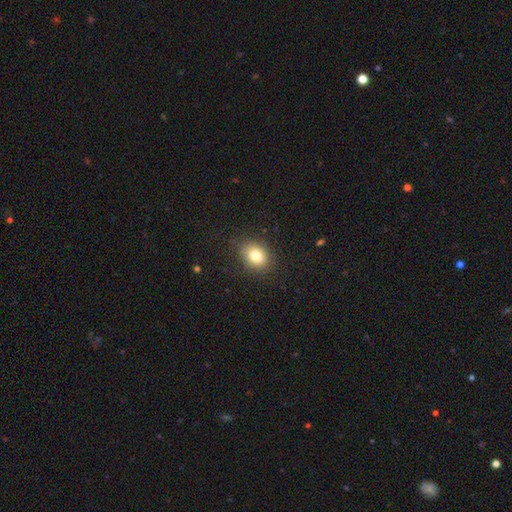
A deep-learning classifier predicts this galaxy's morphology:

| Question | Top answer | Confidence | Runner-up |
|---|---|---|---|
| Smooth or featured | smooth | 82% | star or artifact (10%) |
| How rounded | in between | 59% | round (40%) |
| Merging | none | 84% | minor disturbance (12%) |